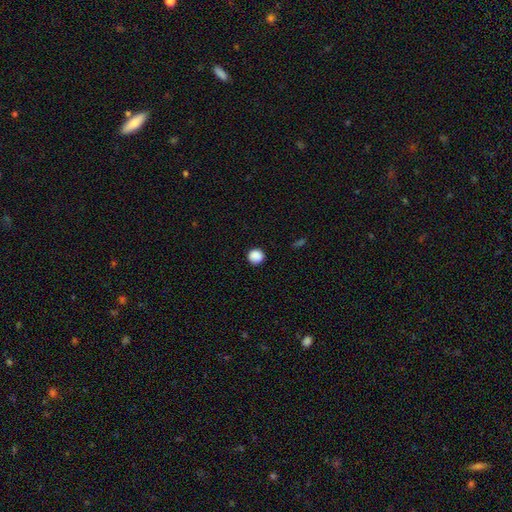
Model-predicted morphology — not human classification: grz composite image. It shows a smooth galaxy with no disk features (89%) that is round (93%). Merging: none (92%).